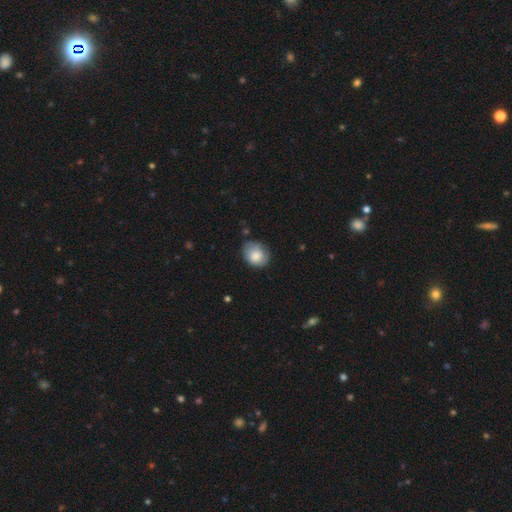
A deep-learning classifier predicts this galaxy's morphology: Smooth or featured: smooth — 78% (featured or disk — 15%)
How rounded: round — 52% (in between — 47%)
Merging: none — 59% (minor disturbance — 31%)